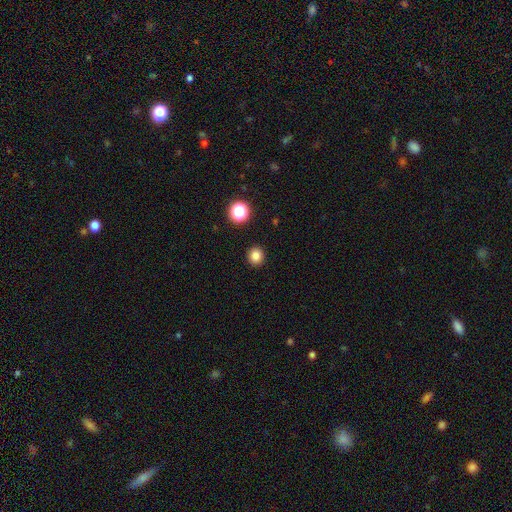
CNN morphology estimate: This is clearly a smooth galaxy (83%). How rounded: clearly round (90%). Merging: clearly none (92%).